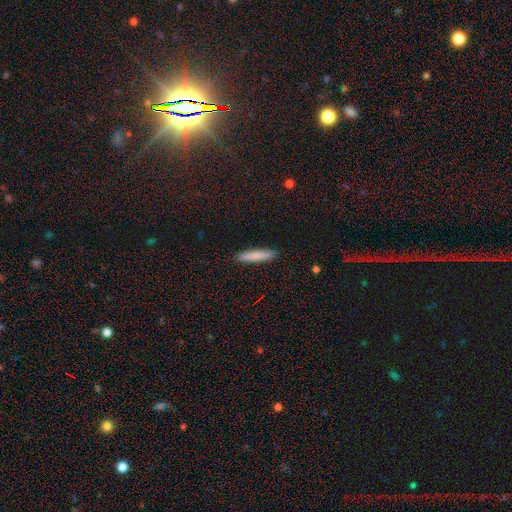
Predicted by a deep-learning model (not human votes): A smooth galaxy with no disk features (82%) that is cigar-shaped (90%).

Vote fractions:
- Smooth or featured? smooth: 82% / featured or disk: 12% / star or artifact: 6%
- How rounded? cigar-shaped: 90% / in between: 8% / round: 1%
- Merging? none: 90% / minor disturbance: 7% / major disturbance: 2% / merger: 1%